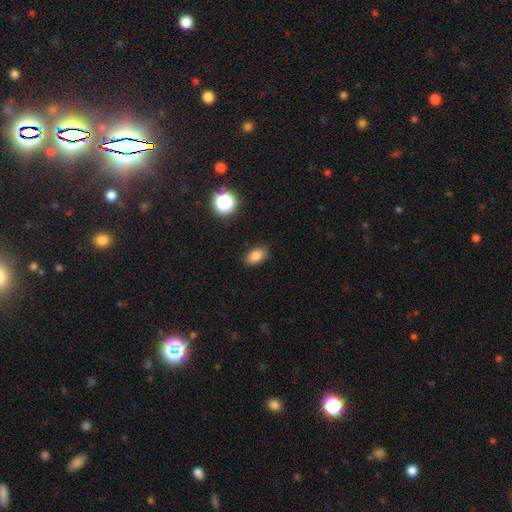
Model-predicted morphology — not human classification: smooth 83%, star or artifact 12%, featured or disk 6%. Down the decision tree: how rounded — in between (85%); merging — none (84%).